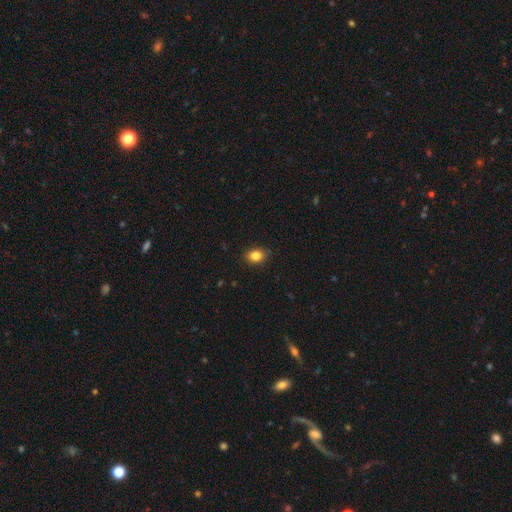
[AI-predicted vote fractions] Smooth or featured: smooth — 85% (star or artifact — 10%)
How rounded: in between — 64% (round — 35%)
Merging: none — 86% (minor disturbance — 11%)